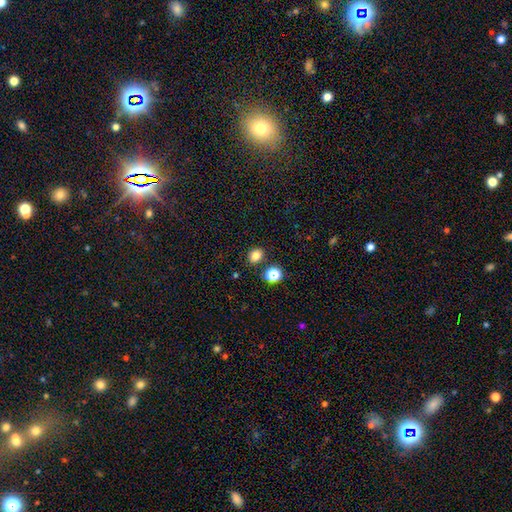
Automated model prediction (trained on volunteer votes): smooth-or-featured: smooth: 79% | star or artifact: 15% | featured or disk: 5%
  how-rounded: round: 53% | in between: 46% | cigar-shaped: 1%
  merging: none: 83% | minor disturbance: 9% | merger: 6% | major disturbance: 3%